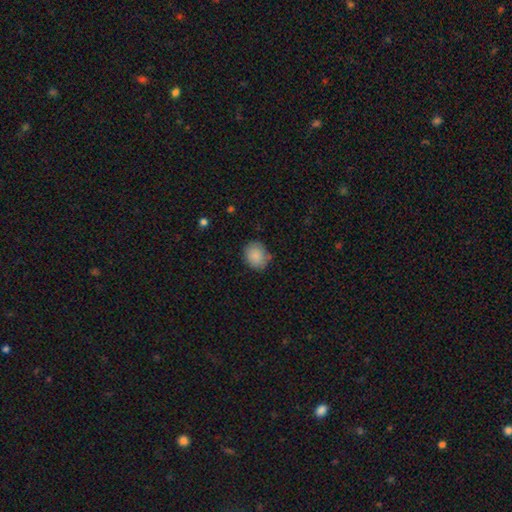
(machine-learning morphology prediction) This appears to be a smooth galaxy with no disk features (87%) that is round (66%). Merging: none (77%).